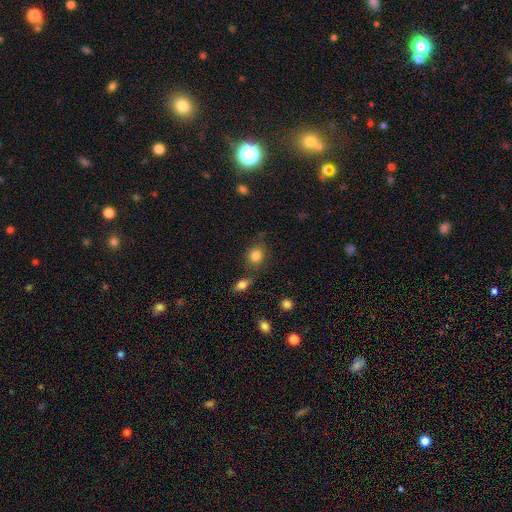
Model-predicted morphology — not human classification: A smooth galaxy with no disk features (84%) that is round (63%). Merging: none (68%).